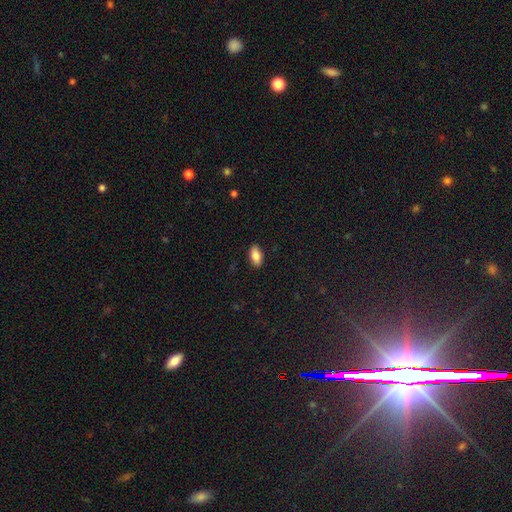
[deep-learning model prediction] Smooth or featured?
  - smooth: 85% *
  - featured or disk: 8%
  - star or artifact: 7%
How rounded?
  - in between: 92% *
  - cigar-shaped: 5%
  - round: 3%
Merging?
  - none: 90% *
  - minor disturbance: 8%
  - major disturbance: 2%
  - merger: 1%